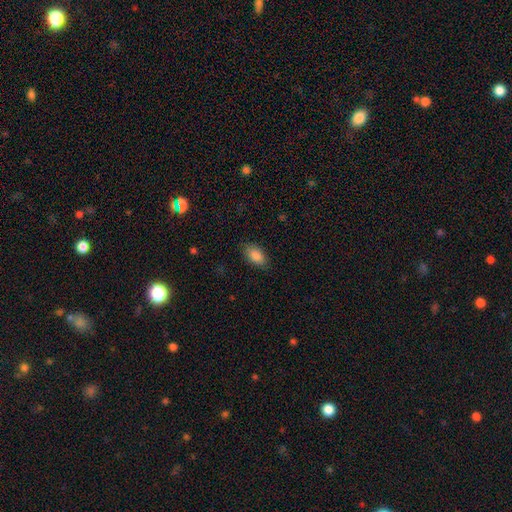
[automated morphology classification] type=smooth (87%); roundness=in between (93%); merging=none (85%).